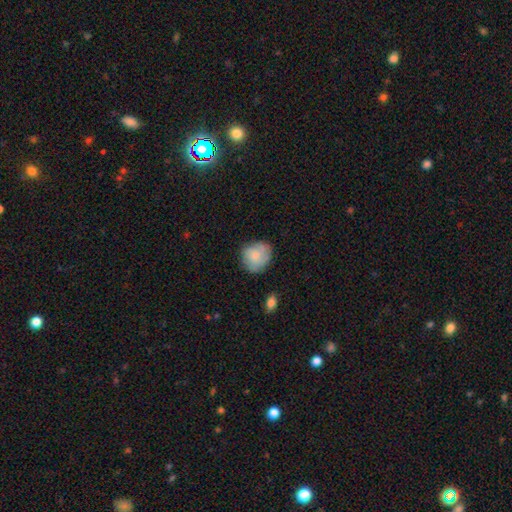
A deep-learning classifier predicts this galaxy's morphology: This appears to be a smooth galaxy with no disk features (72%) that is round (75%). Merging: none (67%).